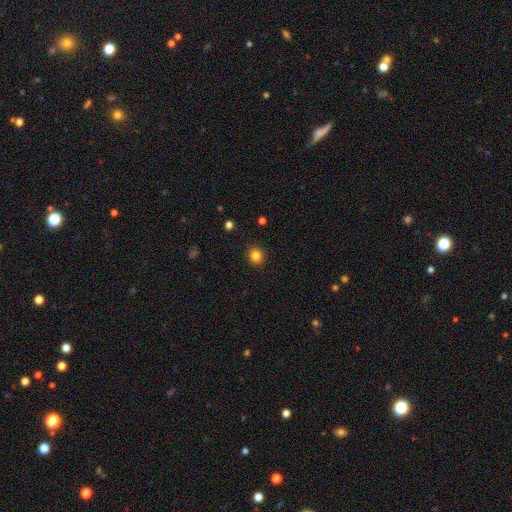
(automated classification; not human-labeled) Morphology: type=smooth (83%); roundness=round (71%); merging=none (91%).